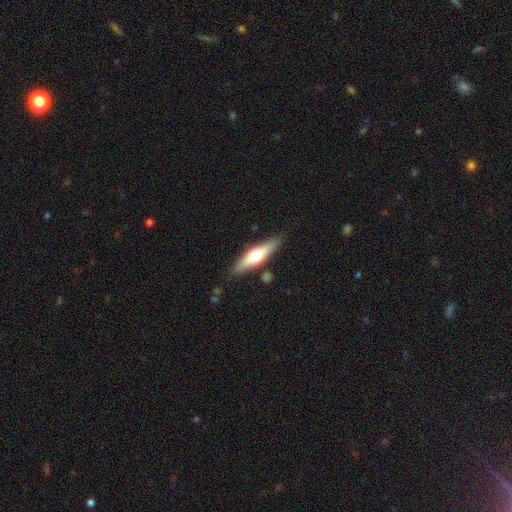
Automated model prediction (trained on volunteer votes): smooth-or-featured: featured or disk: 49% | smooth: 46% | star or artifact: 6%
  merging: none: 84% | minor disturbance: 11% | merger: 3% | major disturbance: 2%